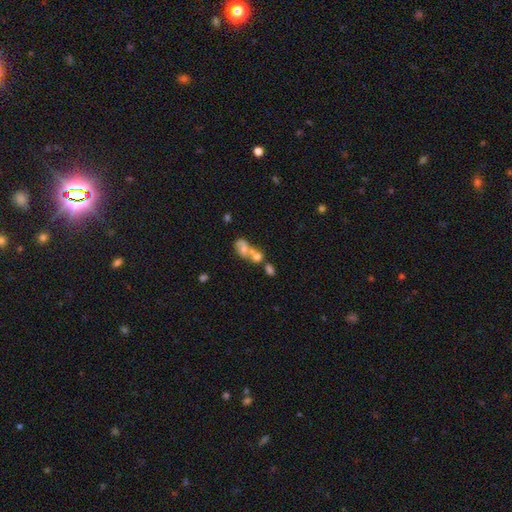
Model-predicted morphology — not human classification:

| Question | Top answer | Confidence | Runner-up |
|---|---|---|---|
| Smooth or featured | smooth | 59% | featured or disk (27%) |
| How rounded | in between | 61% | round (35%) |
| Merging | merger | 67% | none (18%) |